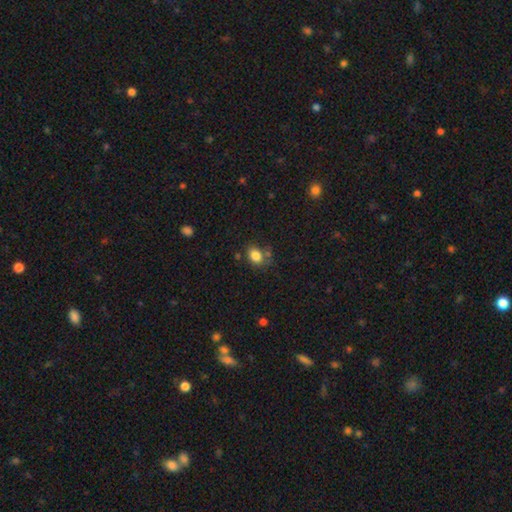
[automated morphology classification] A smooth galaxy with no disk features (83%) that is in between round and cigar-shaped (75%).

Vote fractions:
- Smooth or featured? smooth: 83% / star or artifact: 10% / featured or disk: 7%
- How rounded? in between: 75% / round: 24% / cigar-shaped: 1%
- Merging? none: 63% / minor disturbance: 18% / merger: 12% / major disturbance: 6%